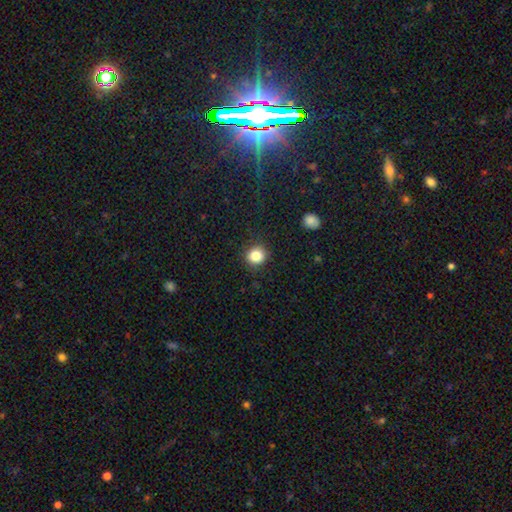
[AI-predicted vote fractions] Overall: smooth (83%). How rounded: round (87%). Merging: none (88%).